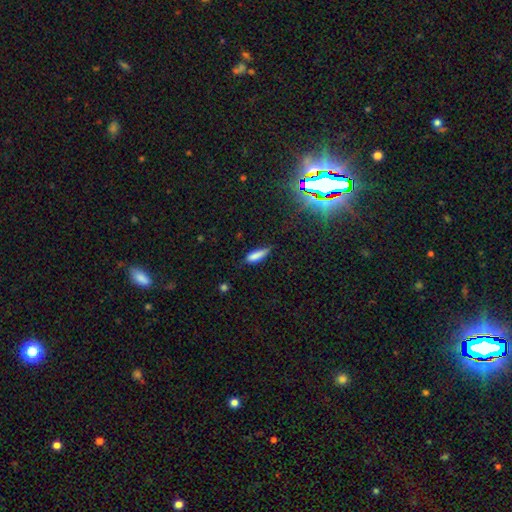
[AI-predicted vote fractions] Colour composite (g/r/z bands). It shows a smooth galaxy with no disk features (82%) that is cigar-shaped (53%). Merging: none (60%).